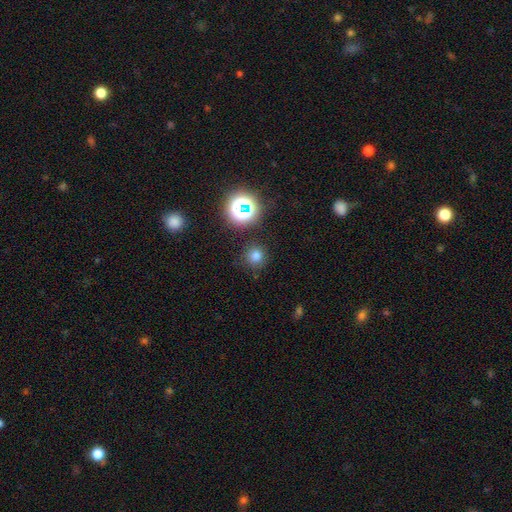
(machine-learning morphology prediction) Overall: smooth (73%). How rounded: round (92%). Merging: none (86%).